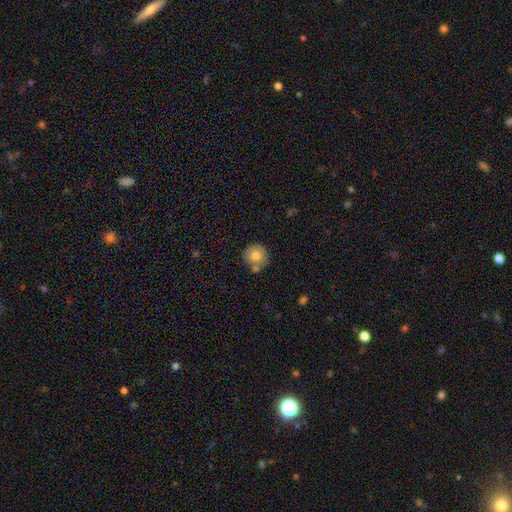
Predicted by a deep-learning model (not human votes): Q: Smooth or featured?
A: smooth (78%); runner-up: featured or disk (14%)
Q: How rounded?
A: round (92%); runner-up: in between (7%)
Q: Merging?
A: none (70%); runner-up: merger (14%)